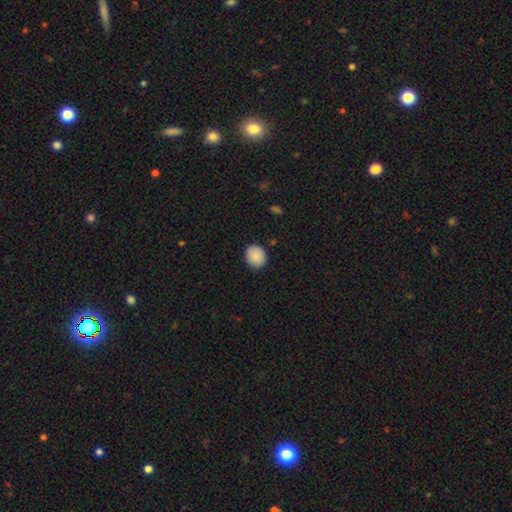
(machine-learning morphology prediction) smooth-or-featured: smooth: 88% | star or artifact: 7% | featured or disk: 4%
  how-rounded: round: 70% | in between: 29% | cigar-shaped: 1%
  merging: none: 87% | minor disturbance: 10% | major disturbance: 2% | merger: 1%